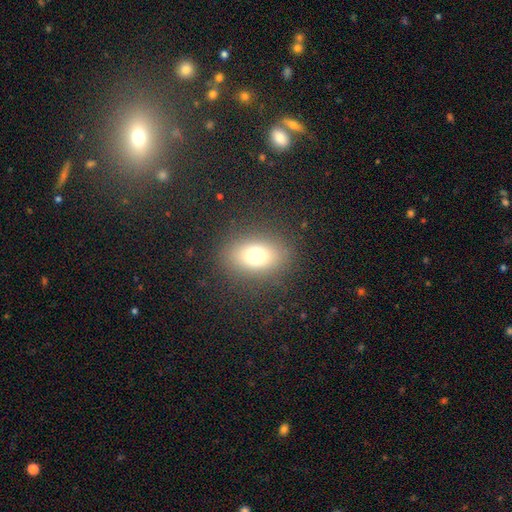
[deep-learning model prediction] smooth_or_featured: smooth (p=0.74) [alt: featured or disk p=0.13]
how_rounded: in between (p=0.72) [alt: round p=0.25]
merging: none (p=0.86) [alt: minor disturbance p=0.09]